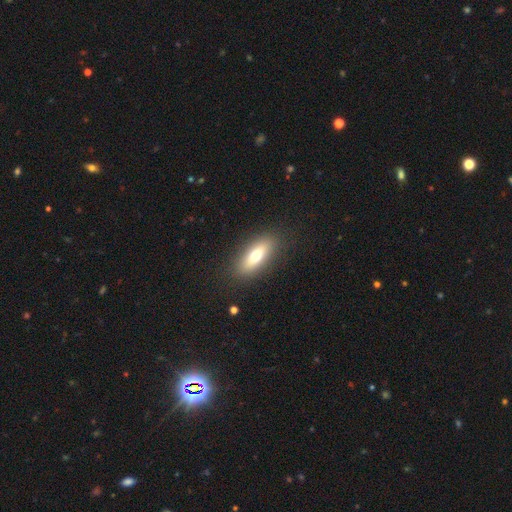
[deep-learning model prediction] Smooth or featured?
  - smooth: 68% *
  - featured or disk: 25%
  - star or artifact: 7%
How rounded?
  - in between: 66% *
  - cigar-shaped: 31%
  - round: 3%
Merging?
  - none: 87% *
  - minor disturbance: 9%
  - major disturbance: 3%
  - merger: 1%